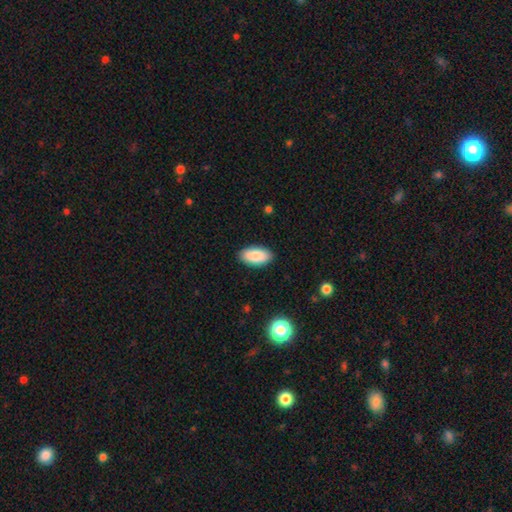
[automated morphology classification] This appears to be a smooth galaxy with no disk features (87%) that is in between round and cigar-shaped (94%). Merging: none (89%).